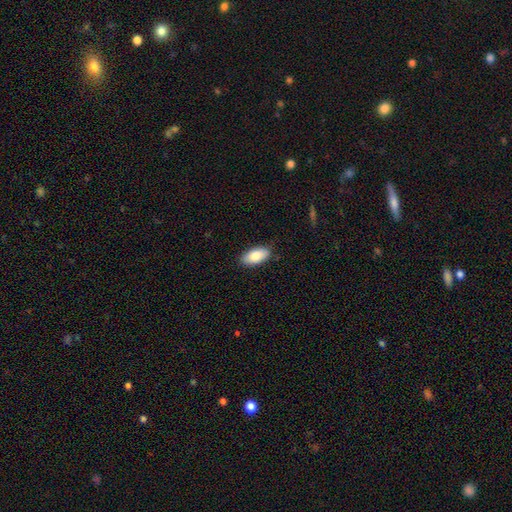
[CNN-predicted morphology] This appears to be a smooth galaxy with no disk features (85%) that is in between round and cigar-shaped (92%). Merging: none (86%).